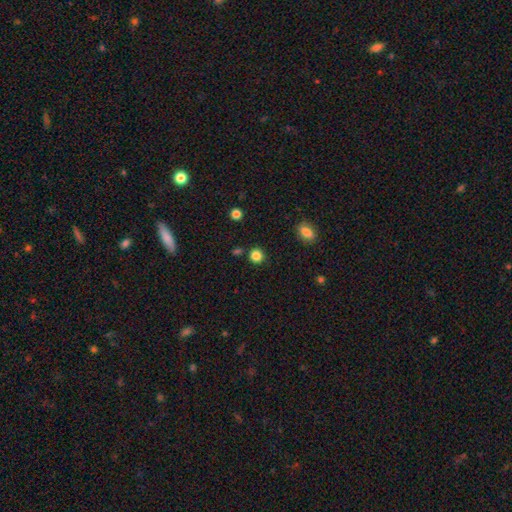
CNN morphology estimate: smooth-or-featured: smooth: 85% | star or artifact: 12% | featured or disk: 4%
  how-rounded: round: 91% | in between: 8% | cigar-shaped: 1%
  merging: none: 86% | minor disturbance: 7% | merger: 5% | major disturbance: 2%